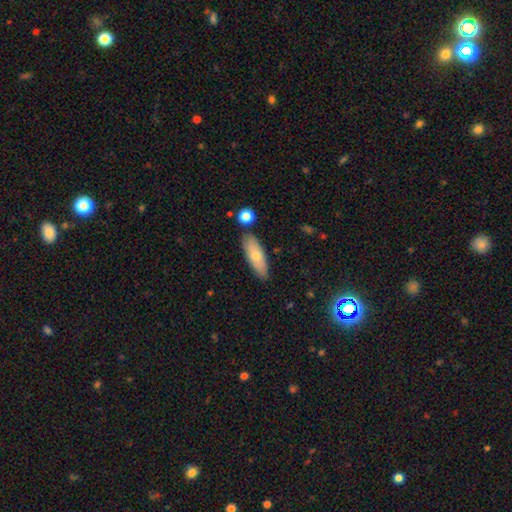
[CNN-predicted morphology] smooth 65%, featured or disk 28%, star or artifact 7%. Down the decision tree: how rounded — in between (59%); merging — none (83%).